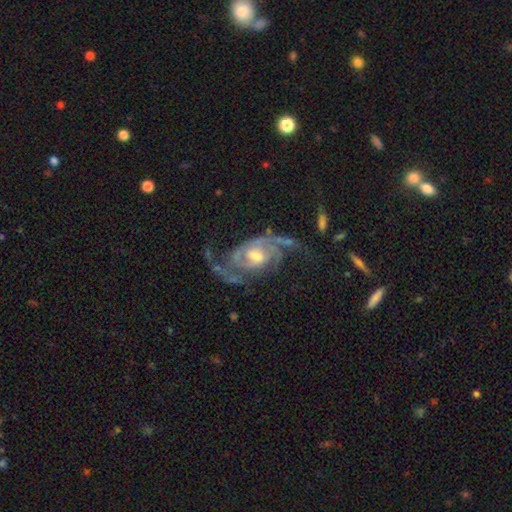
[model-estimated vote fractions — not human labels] This is clearly a featured or disk galaxy (91%). It is clearly not viewed edge-on (97%). Bar: possibly no (46%). Spiral arm pattern: clearly yes (97%). Spiral arm count: likely 2 (69%). Spiral winding: possibly medium (48%). Central bulge: likely moderate (65%). Merging: possibly none (59%).